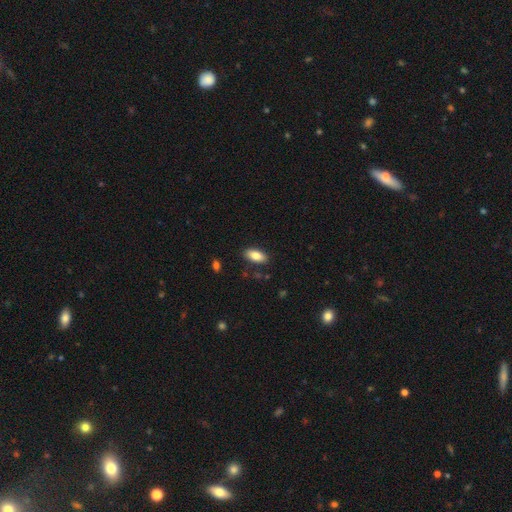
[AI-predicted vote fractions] Q: Smooth or featured?
A: smooth (85%); runner-up: featured or disk (8%)
Q: How rounded?
A: in between (90%); runner-up: cigar-shaped (7%)
Q: Merging?
A: none (87%); runner-up: minor disturbance (10%)